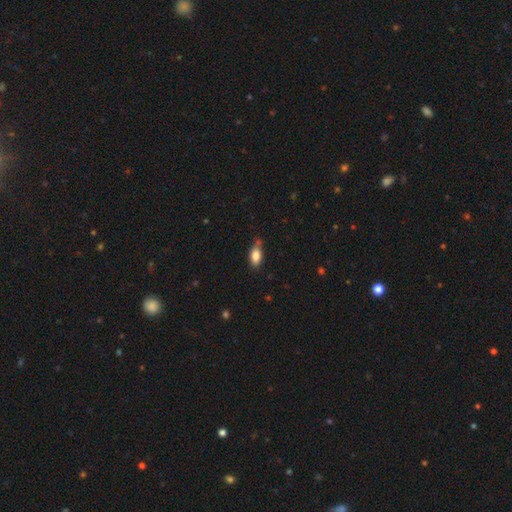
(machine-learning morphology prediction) This is clearly a smooth galaxy (85%). How rounded: clearly in between (89%). Merging: likely none (63%).